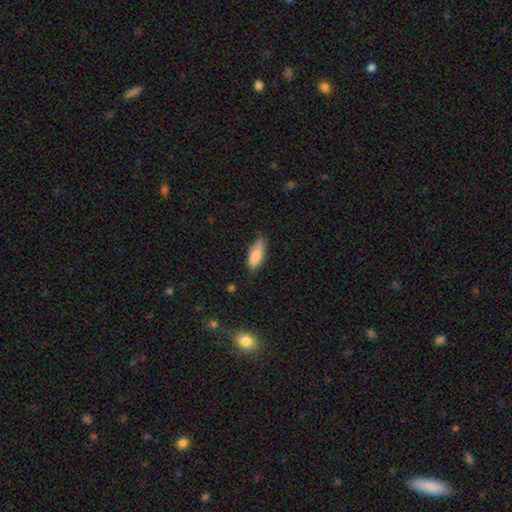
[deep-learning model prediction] Smooth or featured? Predicted: smooth (p=0.87). How rounded? Predicted: in between (p=0.78). Merging? Predicted: none (p=0.69).